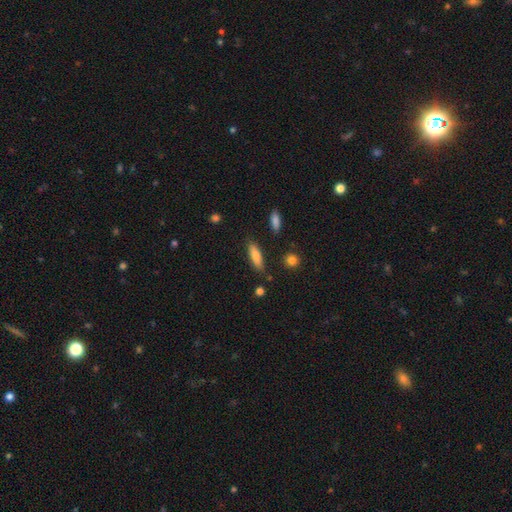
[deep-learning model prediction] A smooth galaxy with no disk features (80%) that is cigar-shaped (50%). Merging: none (82%).